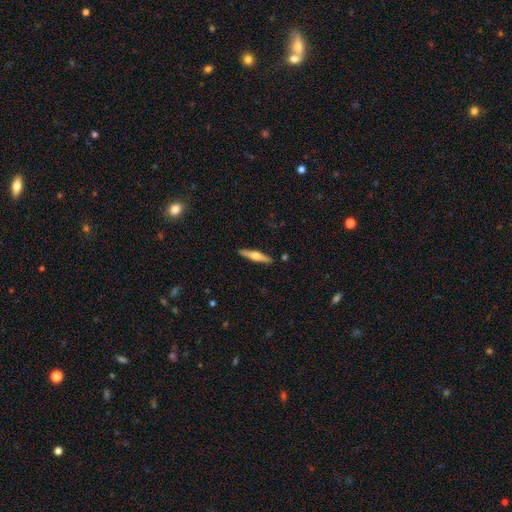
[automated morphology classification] This is possibly a featured or disk galaxy (56%). It is clearly viewed edge-on (96%). Edge-on bulge: clearly rounded (92%). Merging: clearly none (90%).